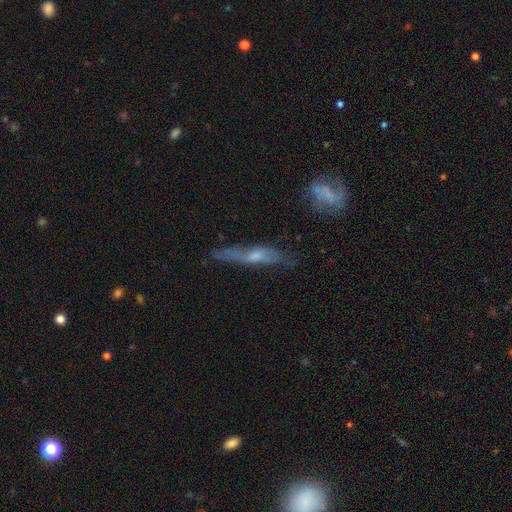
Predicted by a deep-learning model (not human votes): Overall: featured or disk (59%; smooth 31%). Edge-on disk: yes (75%). Merging: none (67%).